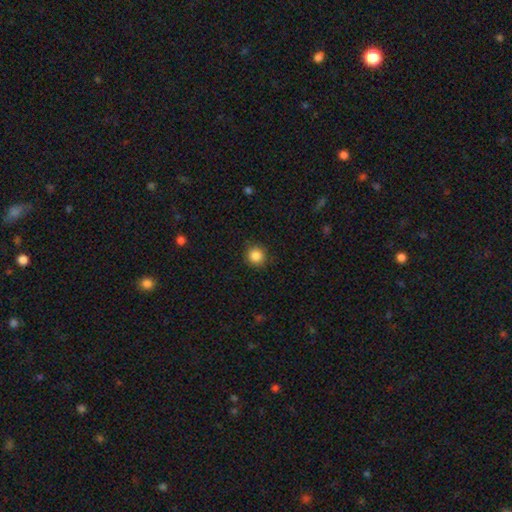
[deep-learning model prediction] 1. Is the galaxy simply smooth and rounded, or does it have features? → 86% smooth, 10% star or artifact, 4% featured or disk.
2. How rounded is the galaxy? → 94% round, 5% in between, 1% cigar-shaped.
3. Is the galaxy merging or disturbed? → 88% none, 8% minor disturbance, 2% major disturbance, 1% merger.